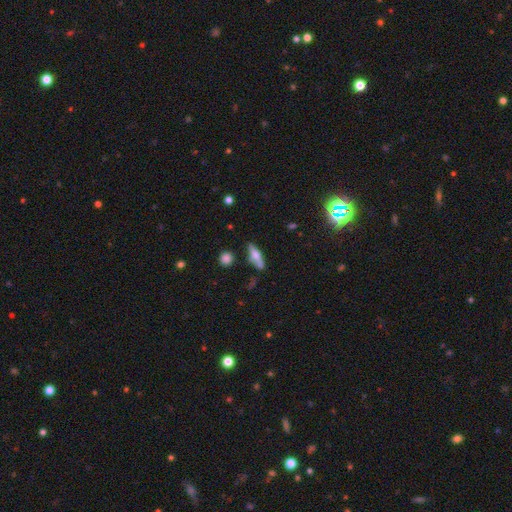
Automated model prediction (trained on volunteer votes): smooth-or-featured: smooth: 54% | featured or disk: 37% | star or artifact: 9%
  how-rounded: cigar-shaped: 54% | in between: 42% | round: 4%
  merging: none: 57% | minor disturbance: 20% | merger: 16% | major disturbance: 7%